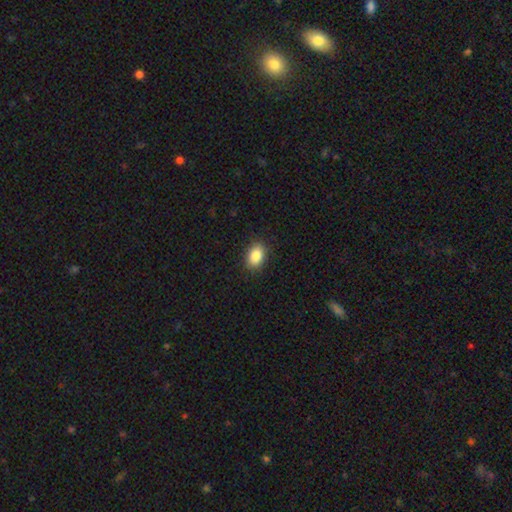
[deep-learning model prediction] A smooth galaxy with no disk features (87%) that is in between round and cigar-shaped (83%). Merging: none (88%).